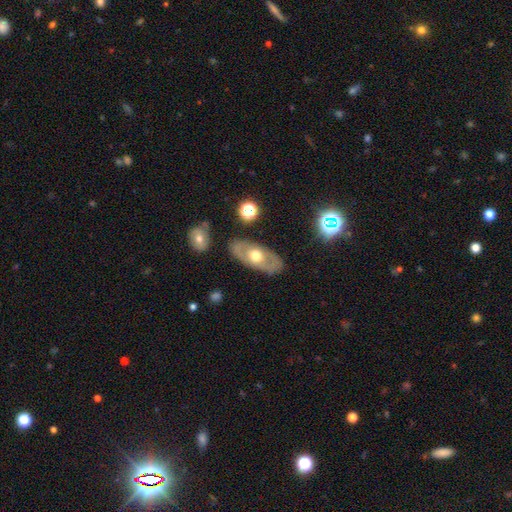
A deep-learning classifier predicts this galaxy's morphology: The model was most divided on "smooth or featured": featured or disk: 56%, smooth: 38%, star or artifact: 6%. More confident: merging — none (81%); edge-on disk — no (81%).